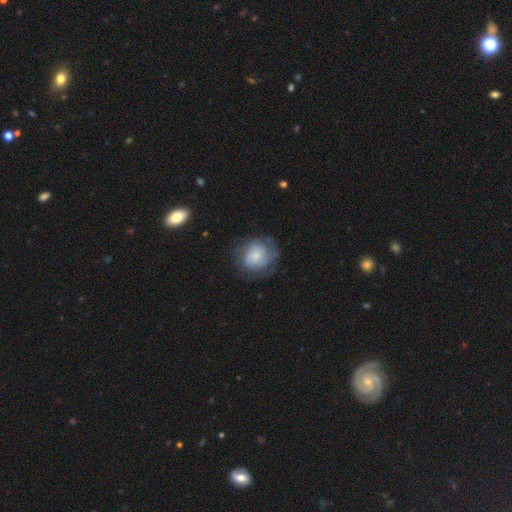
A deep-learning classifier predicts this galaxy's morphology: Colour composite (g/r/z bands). It shows a featured or disk galaxy (49%). Merging: none (63%).